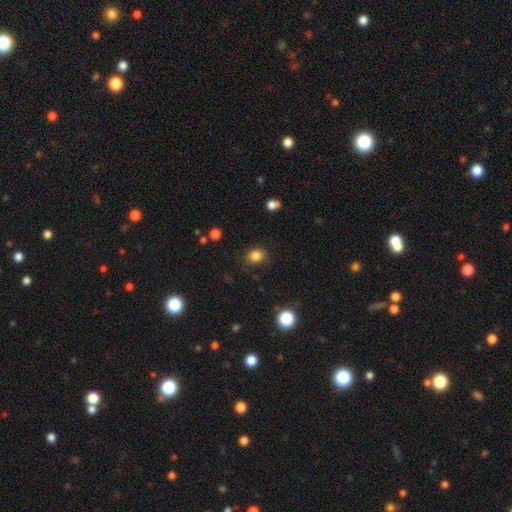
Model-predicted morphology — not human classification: This is clearly a smooth galaxy (84%). How rounded: likely round (63%). Merging: likely none (79%).